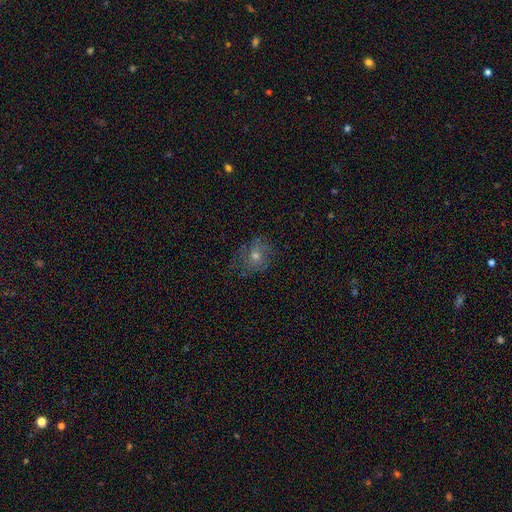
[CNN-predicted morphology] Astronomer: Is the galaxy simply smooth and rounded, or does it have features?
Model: smooth — 42% (runner-up: featured or disk, 38%).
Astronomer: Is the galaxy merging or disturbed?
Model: none — 67%.